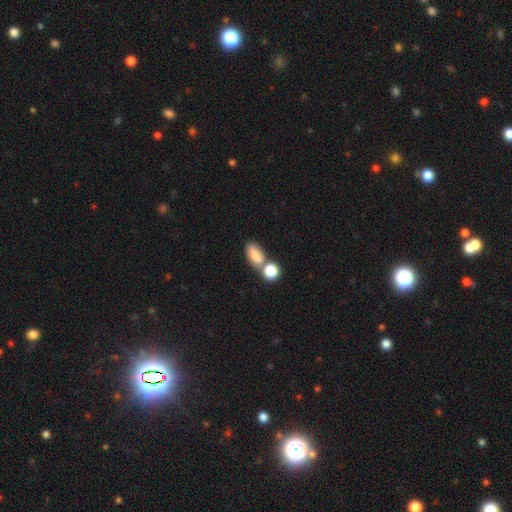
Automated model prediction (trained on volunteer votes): Smooth or featured? Predicted: smooth (p=0.82). How rounded? Predicted: in between (p=0.83). Merging? Predicted: none (p=0.43).